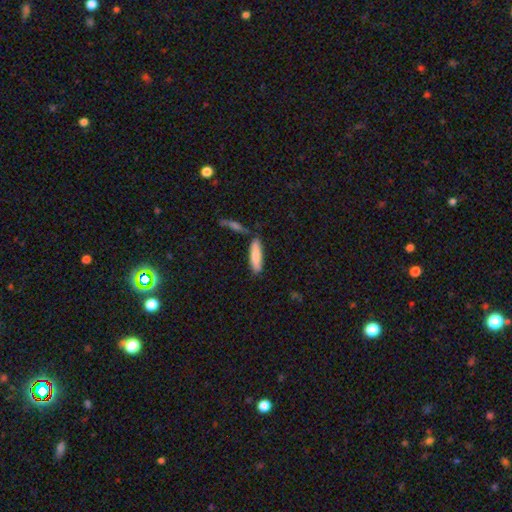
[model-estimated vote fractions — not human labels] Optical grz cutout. It shows a smooth galaxy with no disk features (81%) that is cigar-shaped (61%). Merging: none (77%).